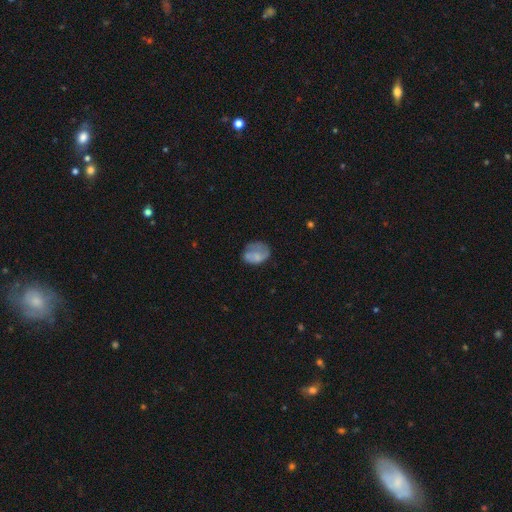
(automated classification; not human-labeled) smooth_or_featured: smooth (p=0.63) [alt: featured or disk p=0.28]
how_rounded: in between (p=0.67) [alt: round p=0.32]
merging: none (p=0.43) [alt: minor disturbance p=0.30]